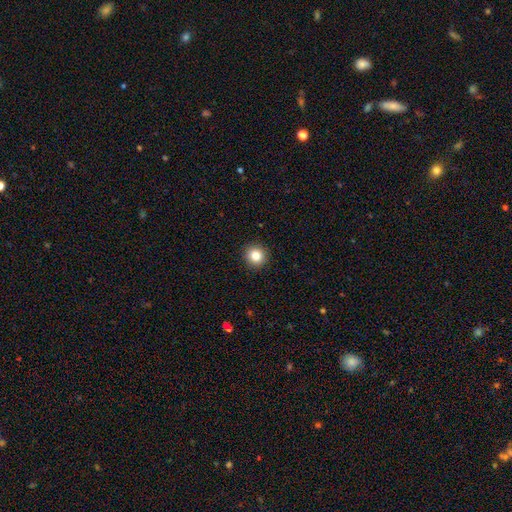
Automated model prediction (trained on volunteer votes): A smooth galaxy with no disk features (84%) that is round (93%).

Vote fractions:
- Smooth or featured? smooth: 84% / star or artifact: 10% / featured or disk: 5%
- How rounded? round: 93% / in between: 6% / cigar-shaped: 1%
- Merging? none: 92% / minor disturbance: 5% / major disturbance: 2% / merger: 1%